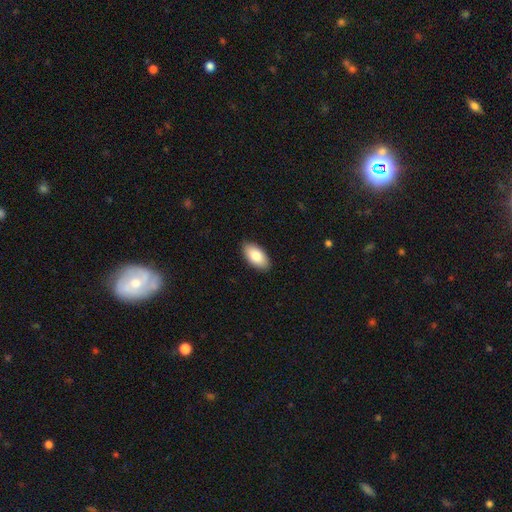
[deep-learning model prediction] Q: Smooth or featured?
A: smooth (84%); runner-up: featured or disk (10%)
Q: How rounded?
A: in between (95%); runner-up: cigar-shaped (3%)
Q: Merging?
A: none (90%); runner-up: minor disturbance (8%)